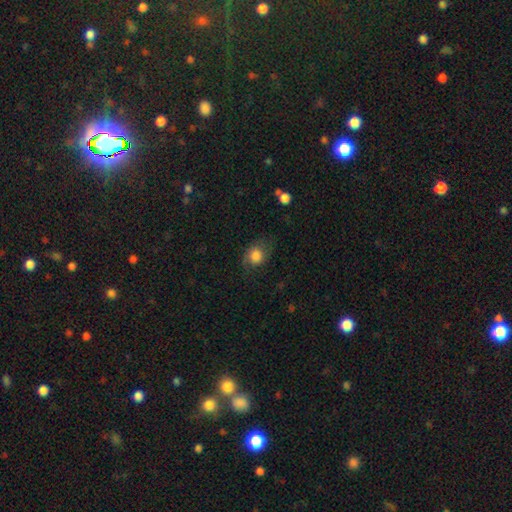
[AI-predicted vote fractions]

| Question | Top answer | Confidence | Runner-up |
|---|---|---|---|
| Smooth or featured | smooth | 72% | featured or disk (19%) |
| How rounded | round | 61% | in between (38%) |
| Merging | none | 54% | minor disturbance (26%) |